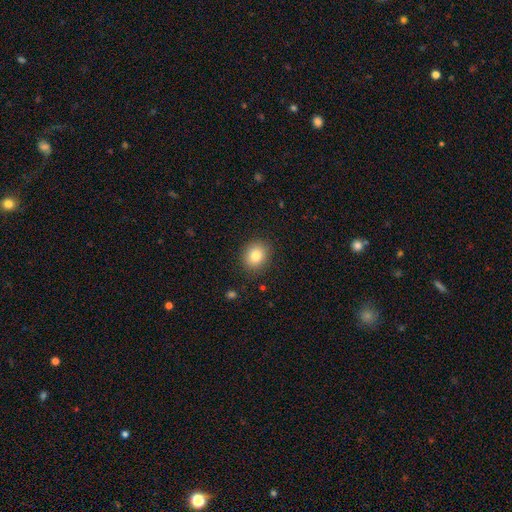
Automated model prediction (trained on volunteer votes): This appears to be a smooth galaxy with no disk features (82%) that is round (63%). Merging: none (88%).